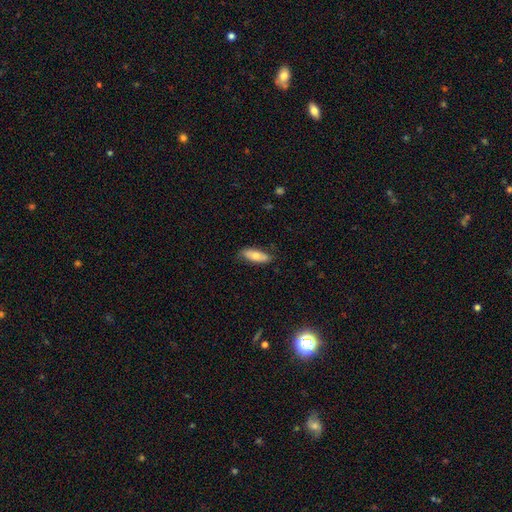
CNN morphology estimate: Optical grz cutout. It shows a smooth galaxy with no disk features (72%) that is in between round and cigar-shaped (69%). Merging: none (80%).